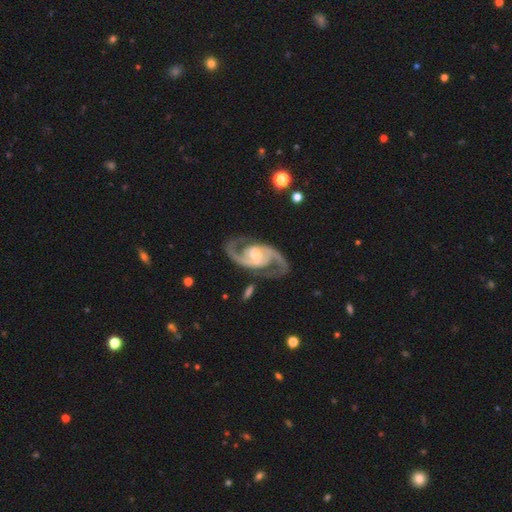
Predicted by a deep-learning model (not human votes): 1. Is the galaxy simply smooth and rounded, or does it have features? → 93% featured or disk, 4% star or artifact, 3% smooth.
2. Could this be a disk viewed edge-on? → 97% no, 3% yes.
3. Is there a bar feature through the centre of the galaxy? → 42% weak, 36% no, 21% strong.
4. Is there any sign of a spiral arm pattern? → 98% yes, 2% no.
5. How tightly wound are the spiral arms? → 63% medium, 19% tight, 18% loose.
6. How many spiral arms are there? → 94% 2, 2% can't tell, 1% 3, 1% 1, 1% 4, 1% more than 4.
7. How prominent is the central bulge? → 56% moderate, 33% small, 7% large, 2% none, 1% dominant.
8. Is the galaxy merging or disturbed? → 79% none, 12% minor disturbance, 6% major disturbance, 3% merger.